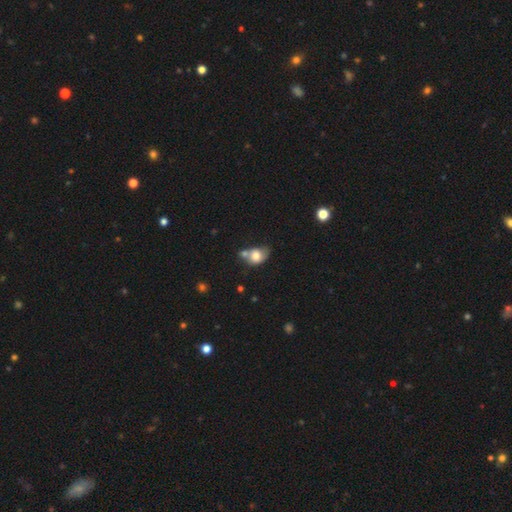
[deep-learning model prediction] Q: Smooth or featured?
A: smooth (73%); runner-up: featured or disk (18%)
Q: How rounded?
A: in between (56%); runner-up: round (43%)
Q: Merging?
A: merger (40%); runner-up: none (31%)